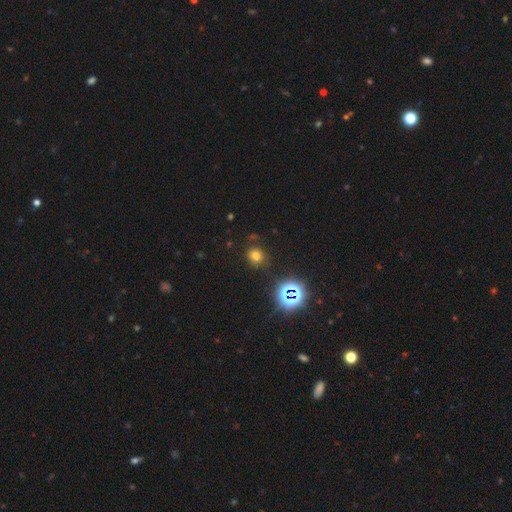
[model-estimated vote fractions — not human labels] Morphology: type=smooth (66%); roundness=round (80%); merging=none (81%).